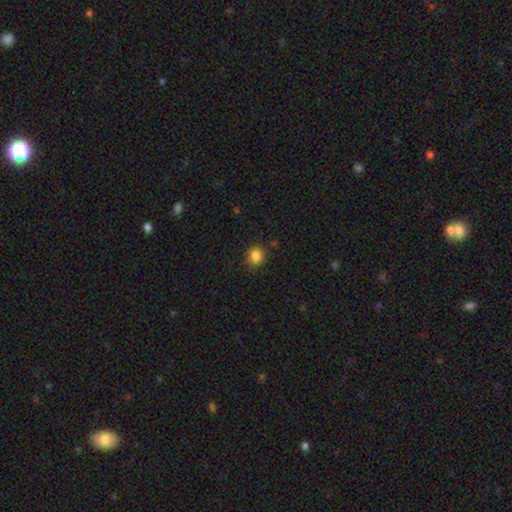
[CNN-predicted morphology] This appears to be a smooth galaxy with no disk features (85%) that is round (84%). Merging: none (87%).